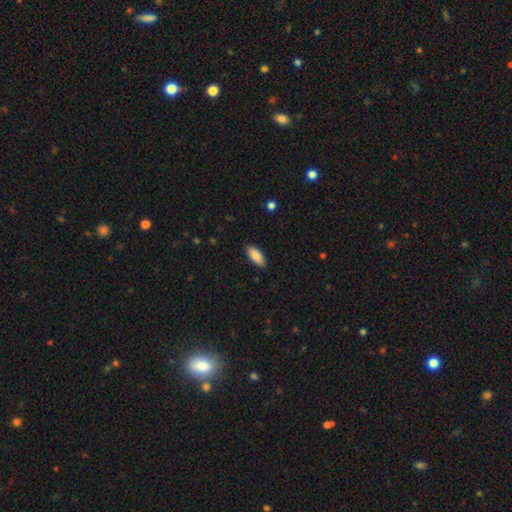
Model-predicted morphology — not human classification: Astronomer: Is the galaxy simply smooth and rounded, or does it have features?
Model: smooth — 89%.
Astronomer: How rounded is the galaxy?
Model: in between — 85%.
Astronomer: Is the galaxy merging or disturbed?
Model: none — 87%.